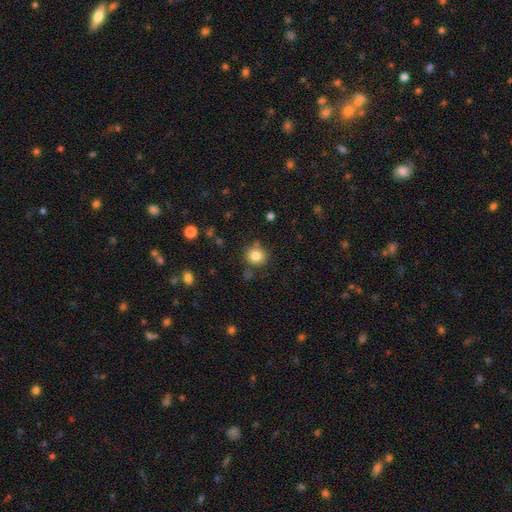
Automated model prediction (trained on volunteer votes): smooth 83%, star or artifact 11%, featured or disk 6%. Down the decision tree: how rounded — round (88%); merging — none (80%).